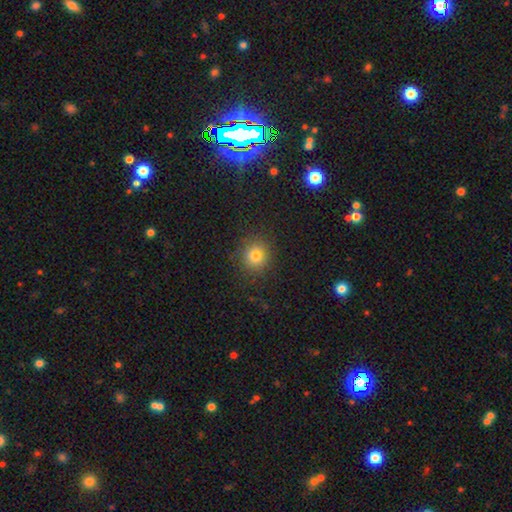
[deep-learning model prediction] Smooth or featured? Predicted: smooth (p=0.77). How rounded? Predicted: round (p=0.88). Merging? Predicted: none (p=0.88).